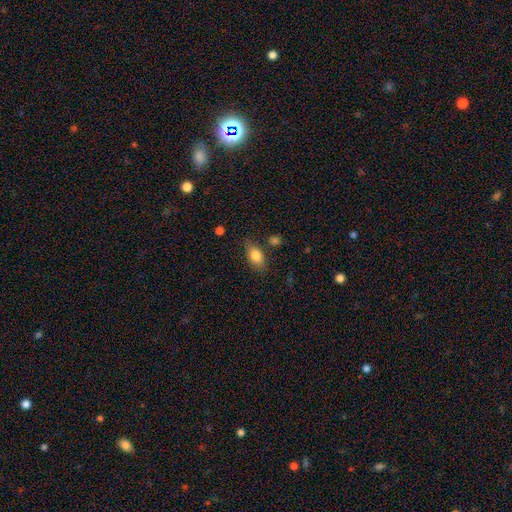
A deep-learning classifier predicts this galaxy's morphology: type=smooth (82%); roundness=in between (86%); merging=none (74%).